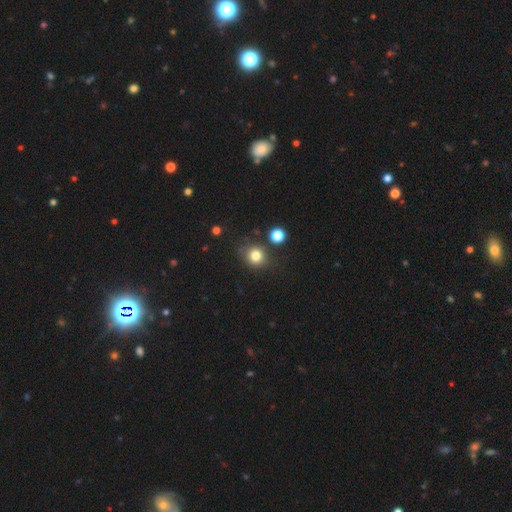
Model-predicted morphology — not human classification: type=smooth (80%); roundness=round (82%); merging=none (76%).